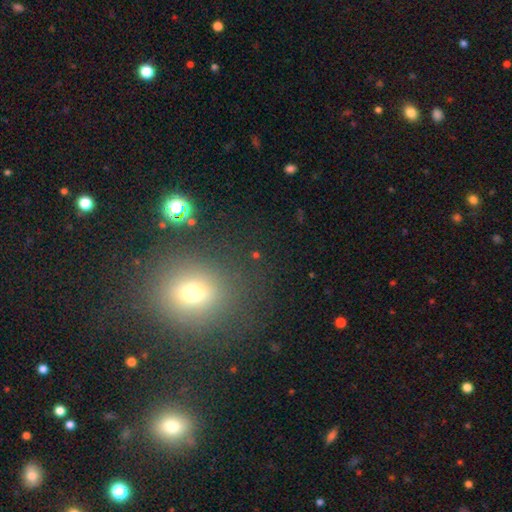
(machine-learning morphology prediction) smooth_or_featured: smooth (p=0.53) [alt: star or artifact p=0.36]
how_rounded: round (p=0.73) [alt: in between p=0.24]
merging: none (p=0.80) [alt: minor disturbance p=0.10]